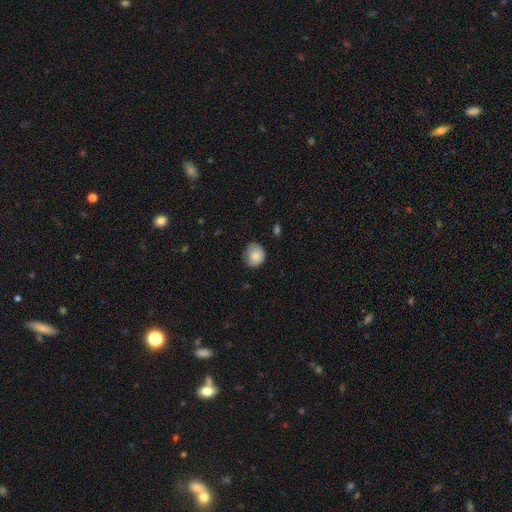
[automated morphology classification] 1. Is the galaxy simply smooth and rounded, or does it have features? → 85% smooth, 8% featured or disk, 7% star or artifact.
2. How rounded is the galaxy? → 67% round, 32% in between, 1% cigar-shaped.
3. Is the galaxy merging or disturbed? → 68% none, 26% minor disturbance, 5% major disturbance, 1% merger.